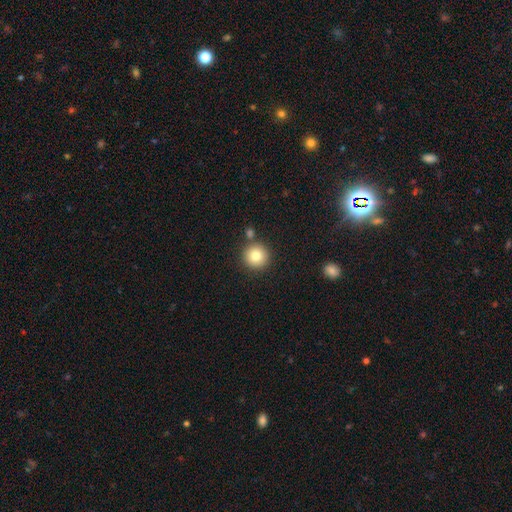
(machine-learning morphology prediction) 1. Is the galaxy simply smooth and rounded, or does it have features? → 82% smooth, 10% star or artifact, 8% featured or disk.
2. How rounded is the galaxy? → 95% round, 4% in between, 1% cigar-shaped.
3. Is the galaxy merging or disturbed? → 81% none, 9% merger, 7% minor disturbance, 2% major disturbance.